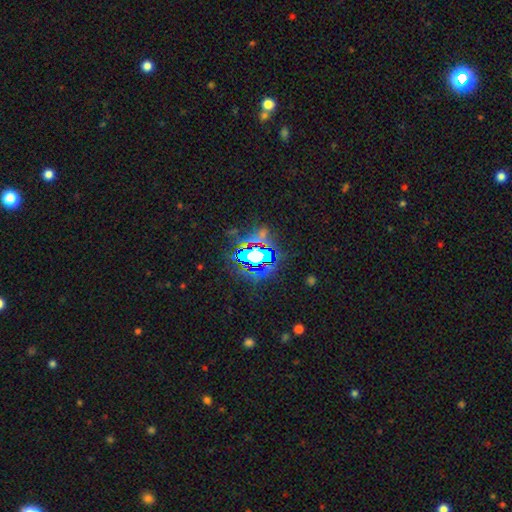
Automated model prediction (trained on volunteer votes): star or artifact 71%, smooth 16%, featured or disk 13%.